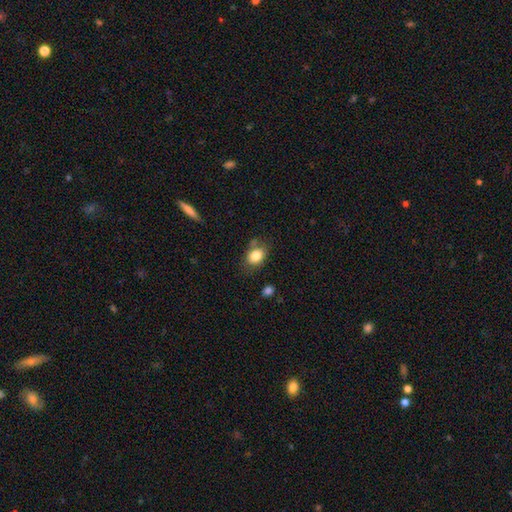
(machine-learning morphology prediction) type=smooth (82%); roundness=in between (69%); merging=none (67%).